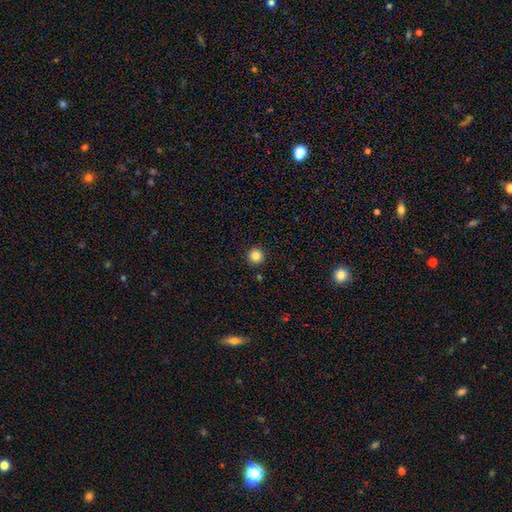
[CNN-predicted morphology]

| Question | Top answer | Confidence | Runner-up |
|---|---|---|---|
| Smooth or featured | smooth | 85% | star or artifact (11%) |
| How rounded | round | 96% | in between (3%) |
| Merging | none | 92% | minor disturbance (5%) |